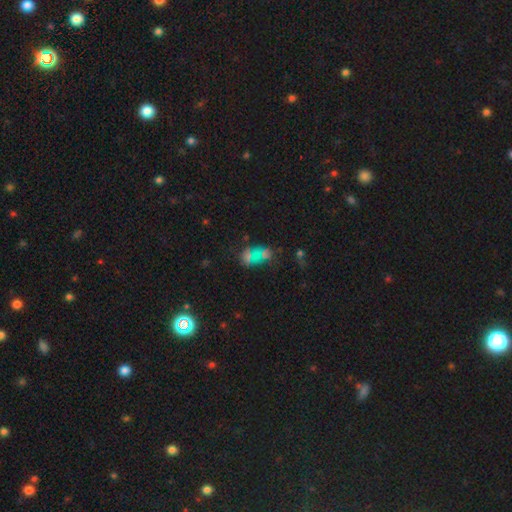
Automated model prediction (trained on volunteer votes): Q: Smooth or featured?
A: star or artifact (45%); runner-up: smooth (40%)